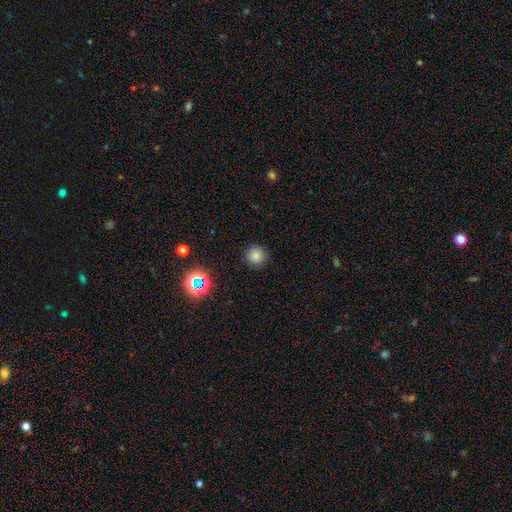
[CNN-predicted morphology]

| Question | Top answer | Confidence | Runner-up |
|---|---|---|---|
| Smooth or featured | smooth | 79% | star or artifact (16%) |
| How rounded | round | 93% | in between (6%) |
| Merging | none | 90% | minor disturbance (7%) |